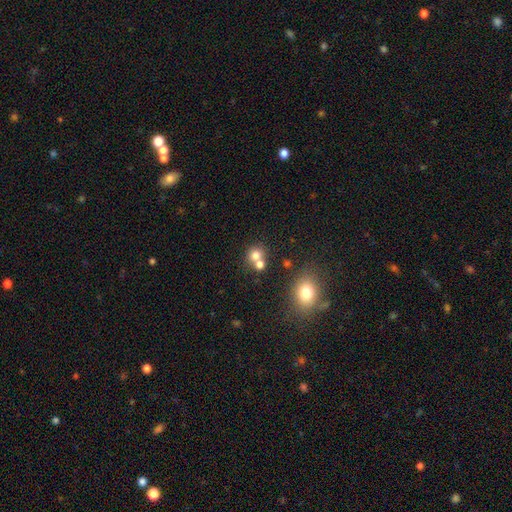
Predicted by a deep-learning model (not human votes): Overall: smooth (75%). How rounded: round (80%). Merging: none (47%; merger 42%).